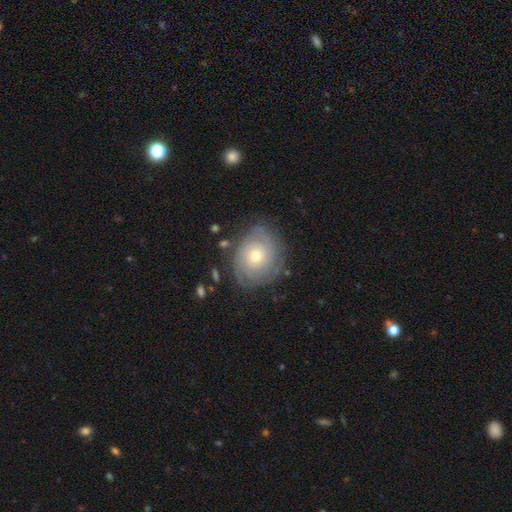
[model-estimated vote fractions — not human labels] Smooth or featured: featured or disk — 75% (smooth — 18%)
Edge-on disk: no — 97% (yes — 3%)
Bar: no — 85% (weak — 12%)
Spiral arms: yes — 89% (no — 11%)
Spiral winding: tight — 80% (medium — 15%)
Spiral arm count: can't tell — 43% (2 — 22%)
Bulge size: moderate — 51% (small — 45%)
Merging: none — 78% (minor disturbance — 15%)